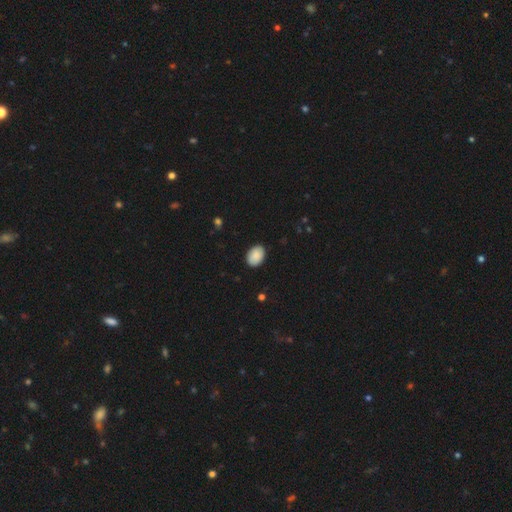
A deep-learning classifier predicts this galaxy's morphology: smooth 88%, star or artifact 7%, featured or disk 5%. Down the decision tree: how rounded — in between (81%); merging — none (87%).